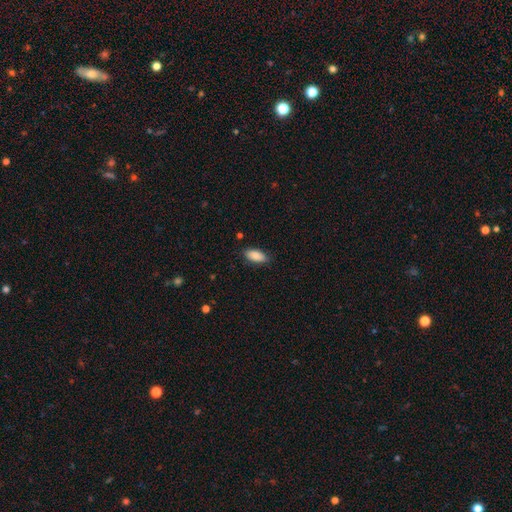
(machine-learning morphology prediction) type=smooth (89%); roundness=in between (90%); merging=none (85%).